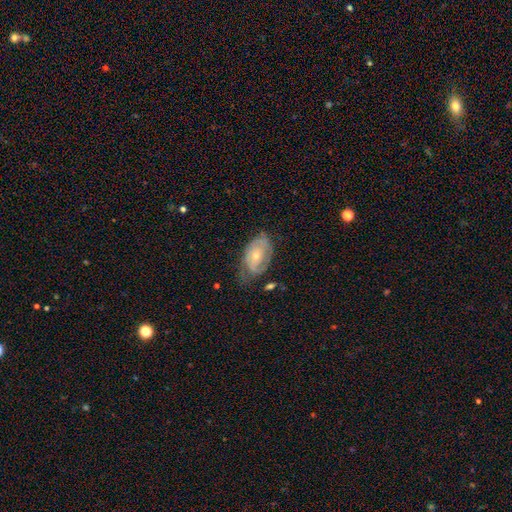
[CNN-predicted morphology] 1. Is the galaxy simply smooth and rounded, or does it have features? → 70% featured or disk, 23% smooth, 7% star or artifact.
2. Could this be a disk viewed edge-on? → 94% no, 6% yes.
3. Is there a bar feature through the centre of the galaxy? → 71% no, 23% weak, 5% strong.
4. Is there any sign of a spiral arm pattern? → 77% yes, 23% no.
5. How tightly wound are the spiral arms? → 61% tight, 29% medium, 11% loose.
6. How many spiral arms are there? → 42% 2, 37% can't tell, 12% 1, 5% 3, 2% 4, 2% more than 4.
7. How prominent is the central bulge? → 55% small, 41% moderate, 1% large, 1% none, 1% dominant.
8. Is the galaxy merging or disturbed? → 56% none, 29% minor disturbance, 13% major disturbance, 2% merger.